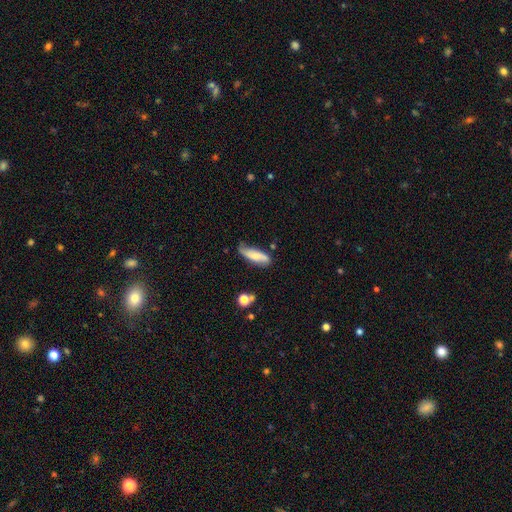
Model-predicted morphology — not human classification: type=smooth (58%); roundness=in between (51%); merging=none (55%).